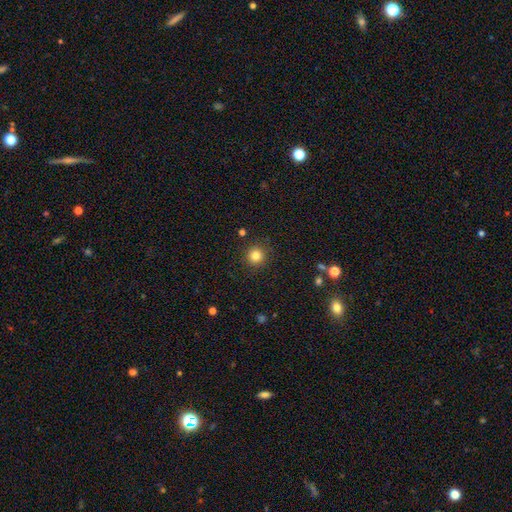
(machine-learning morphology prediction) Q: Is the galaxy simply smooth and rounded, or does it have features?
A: smooth — 82%.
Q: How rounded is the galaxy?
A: round — 94%.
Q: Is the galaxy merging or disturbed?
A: none — 90%.